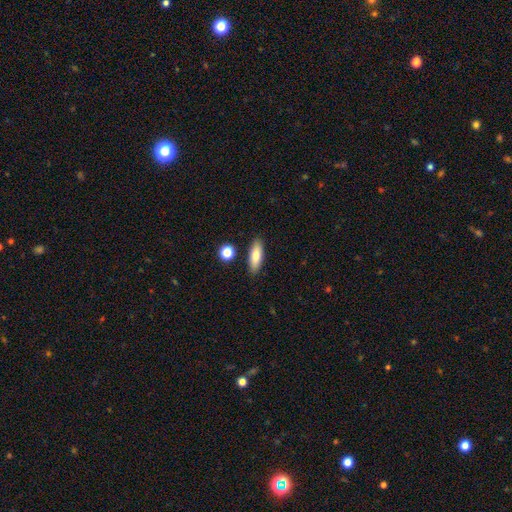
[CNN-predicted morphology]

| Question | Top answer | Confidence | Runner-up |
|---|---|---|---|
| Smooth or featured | smooth | 79% | featured or disk (14%) |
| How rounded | in between | 57% | cigar-shaped (40%) |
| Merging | none | 86% | minor disturbance (9%) |